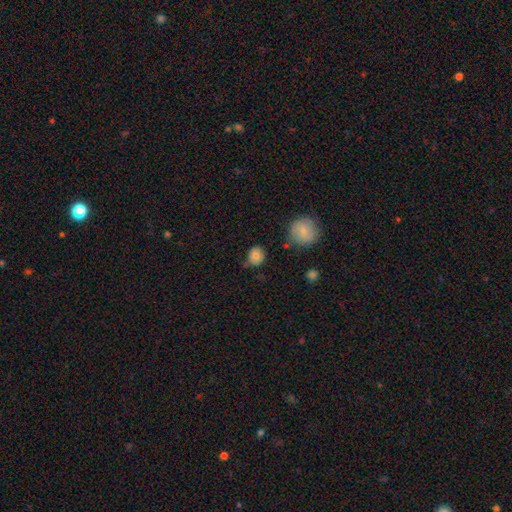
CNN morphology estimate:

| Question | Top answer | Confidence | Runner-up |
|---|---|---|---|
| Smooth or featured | smooth | 76% | featured or disk (14%) |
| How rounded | round | 81% | in between (18%) |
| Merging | none | 73% | minor disturbance (18%) |